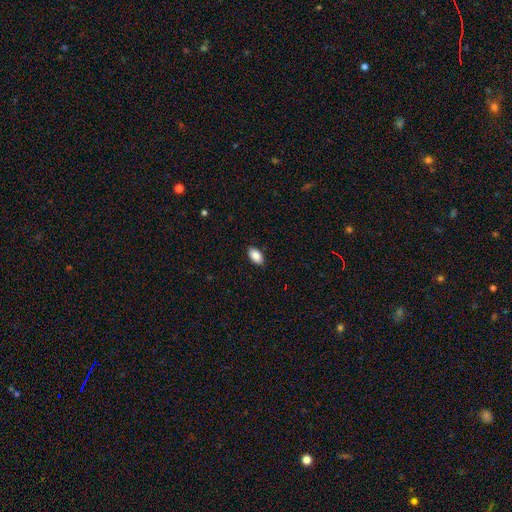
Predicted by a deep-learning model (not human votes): A smooth galaxy with no disk features (88%) that is in between round and cigar-shaped (93%).

Vote fractions:
- Smooth or featured? smooth: 88% / star or artifact: 7% / featured or disk: 5%
- How rounded? in between: 93% / round: 5% / cigar-shaped: 2%
- Merging? none: 88% / minor disturbance: 9% / major disturbance: 2% / merger: 1%